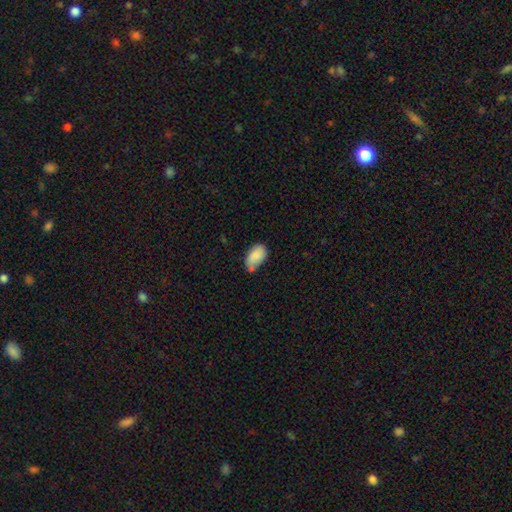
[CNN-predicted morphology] Smooth or featured? Predicted: smooth (p=0.84). How rounded? Predicted: in between (p=0.93). Merging? Predicted: none (p=0.49).